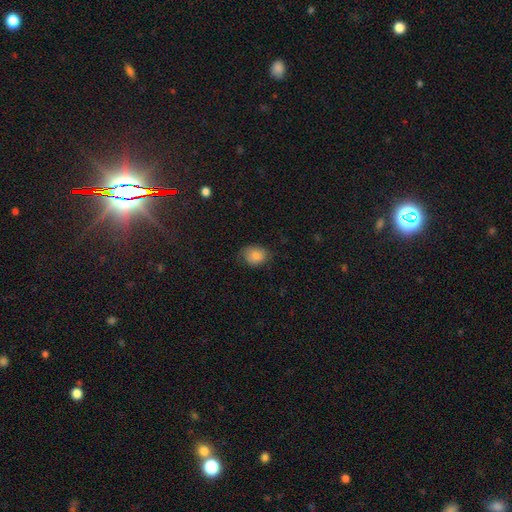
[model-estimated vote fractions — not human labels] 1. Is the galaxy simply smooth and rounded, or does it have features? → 81% smooth, 11% featured or disk, 8% star or artifact.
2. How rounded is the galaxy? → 57% in between, 42% round, 1% cigar-shaped.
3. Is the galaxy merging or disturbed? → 61% none, 28% minor disturbance, 10% major disturbance, 1% merger.